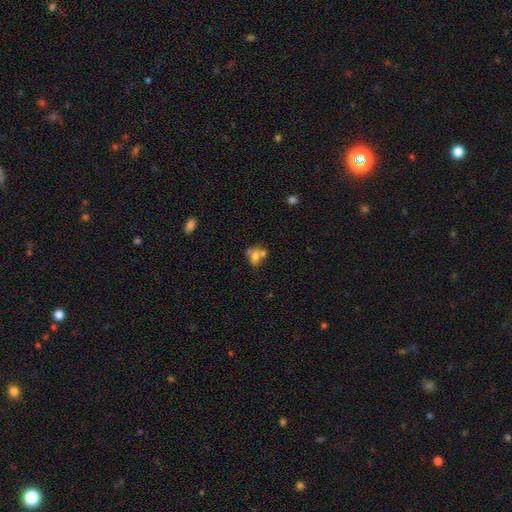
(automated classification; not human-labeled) This is likely a smooth galaxy (61%). How rounded: possibly in between (49%, tied with round). Merging: possibly merger (52%).